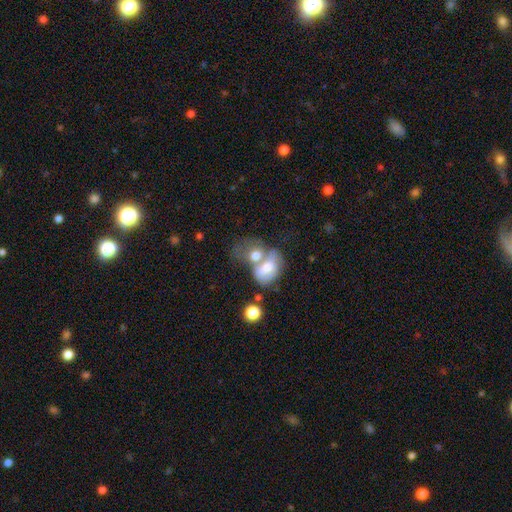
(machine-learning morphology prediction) The model was most divided on "smooth or featured": smooth: 56%, featured or disk: 35%, star or artifact: 9%. More confident: merging — merger (69%); how rounded — in between (64%).